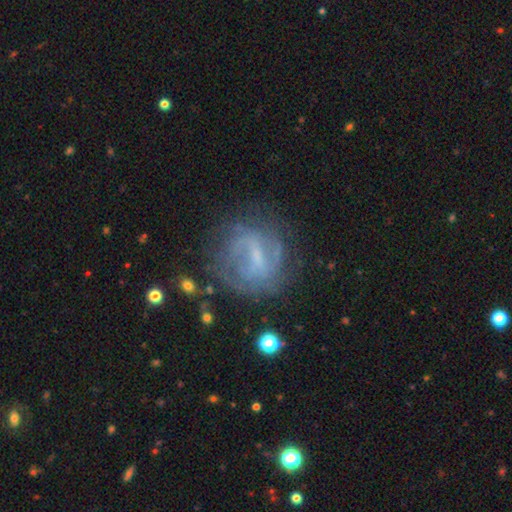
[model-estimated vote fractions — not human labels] This is likely a featured or disk galaxy (73%). It is clearly not viewed edge-on (97%). Bar: possibly weak (51%). Spiral arm pattern: likely yes (74%). Spiral arm count: marginally can't tell (42%). Spiral winding: marginally tight (44%). Central bulge: possibly small (49%). Merging: likely none (67%).